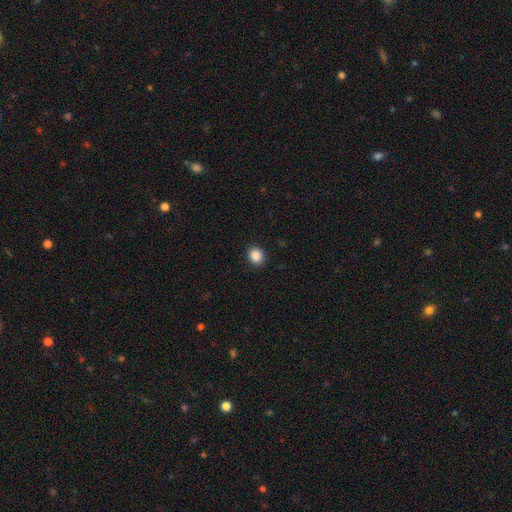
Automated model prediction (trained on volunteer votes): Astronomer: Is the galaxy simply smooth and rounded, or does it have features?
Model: smooth — 88%.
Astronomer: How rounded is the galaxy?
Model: round — 72%.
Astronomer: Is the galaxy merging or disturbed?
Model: none — 91%.